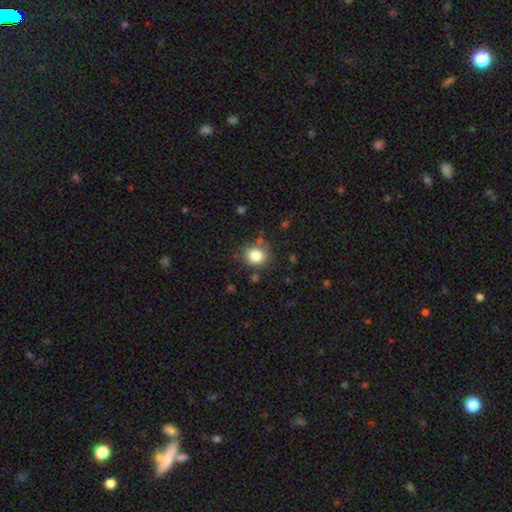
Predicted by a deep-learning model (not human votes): Smooth or featured?
  - smooth: 82% *
  - star or artifact: 12%
  - featured or disk: 6%
How rounded?
  - round: 85% *
  - in between: 14%
  - cigar-shaped: 1%
Merging?
  - none: 80% *
  - minor disturbance: 12%
  - merger: 4%
  - major disturbance: 4%